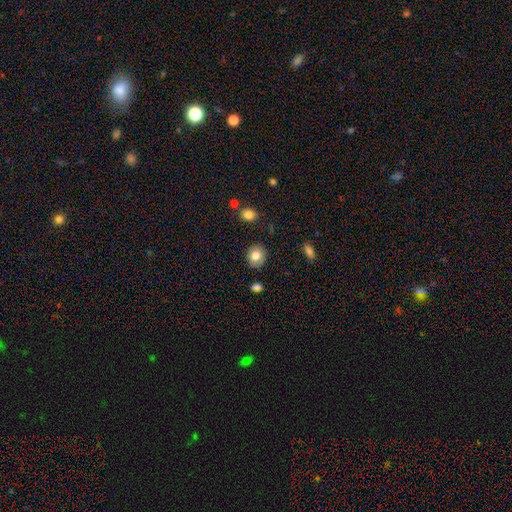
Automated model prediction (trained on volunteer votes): smooth_or_featured: smooth (p=0.81) [alt: featured or disk p=0.10]
how_rounded: round (p=0.73) [alt: in between p=0.26]
merging: none (p=0.85) [alt: minor disturbance p=0.10]